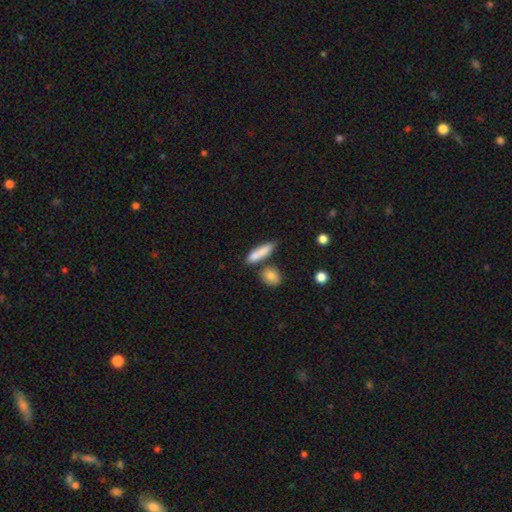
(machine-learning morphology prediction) A smooth galaxy with no disk features (82%) that is cigar-shaped (55%). Merging: none (61%).